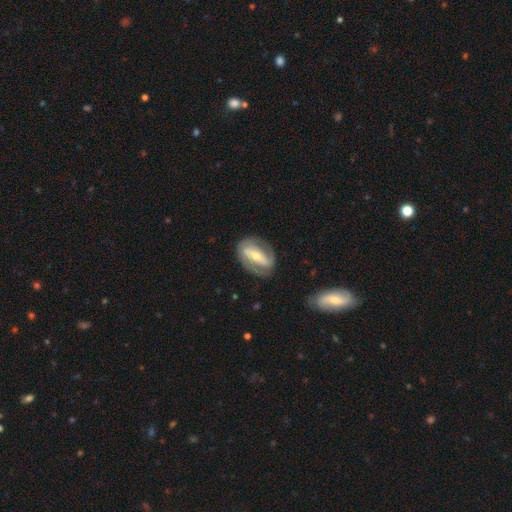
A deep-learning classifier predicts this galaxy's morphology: A featured or disk galaxy (78%) with a strong bar (68%), 2 (83%) tight (44%) spiral arms (77%) and a moderate central bulge (48%).

Vote fractions:
- Smooth or featured? featured or disk: 78% / smooth: 17% / star or artifact: 5%
- Edge-on disk? no: 92% / yes: 8%
- Bar? strong: 68% / weak: 19% / no: 13%
- Spiral arms? yes: 77% / no: 23%
- Spiral winding? tight: 44% / medium: 38% / loose: 18%
- Spiral arm count? 2: 83% / can't tell: 9% / 1: 5% / 3: 1% / 4: 1% / more than 4: 1%
- Bulge size? moderate: 48% / small: 46% / large: 4% / none: 1% / dominant: 1%
- Merging? none: 79% / minor disturbance: 13% / major disturbance: 6% / merger: 1%